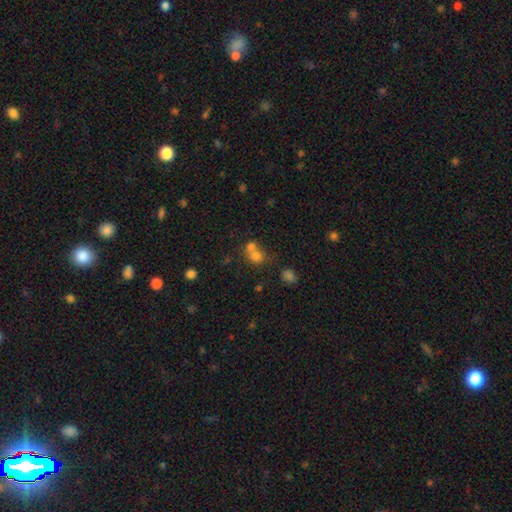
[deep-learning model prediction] Q: Smooth or featured?
A: smooth (72%); runner-up: star or artifact (14%)
Q: How rounded?
A: round (71%); runner-up: in between (28%)
Q: Merging?
A: merger (60%); runner-up: none (30%)